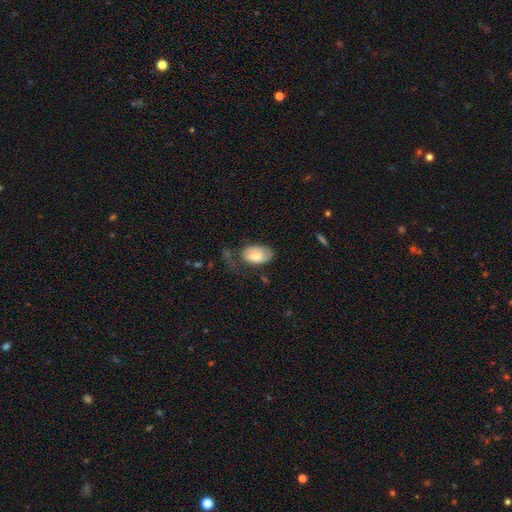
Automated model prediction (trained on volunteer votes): Q: Smooth or featured?
A: smooth (72%); runner-up: featured or disk (22%)
Q: How rounded?
A: in between (92%); runner-up: round (6%)
Q: Merging?
A: none (40%); runner-up: minor disturbance (33%)